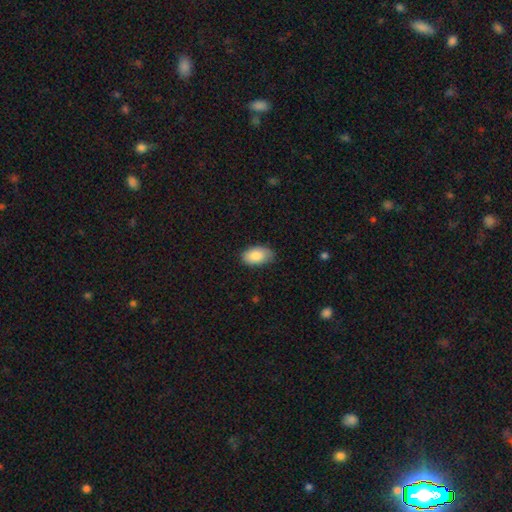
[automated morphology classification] Smooth or featured? smooth (85%)
How rounded? in between (94%)
Merging? none (80%)